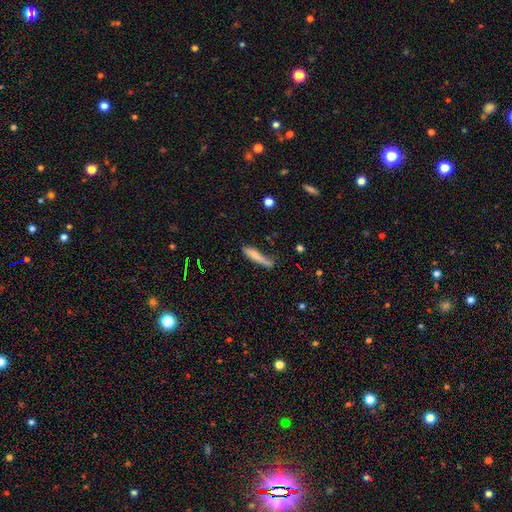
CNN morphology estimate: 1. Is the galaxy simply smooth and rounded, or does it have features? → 73% smooth, 20% featured or disk, 7% star or artifact.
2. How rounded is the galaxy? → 87% cigar-shaped, 11% in between, 2% round.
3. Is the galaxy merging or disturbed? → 52% none, 30% minor disturbance, 12% major disturbance, 6% merger.